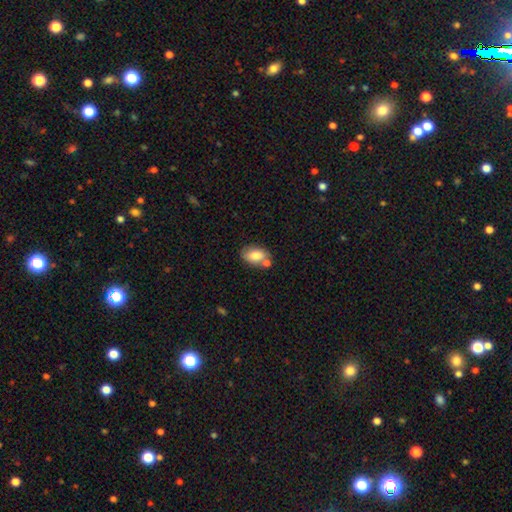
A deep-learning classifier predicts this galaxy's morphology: Smooth or featured? Predicted: smooth (p=0.76). How rounded? Predicted: in between (p=0.87). Merging? Predicted: none (p=0.59).